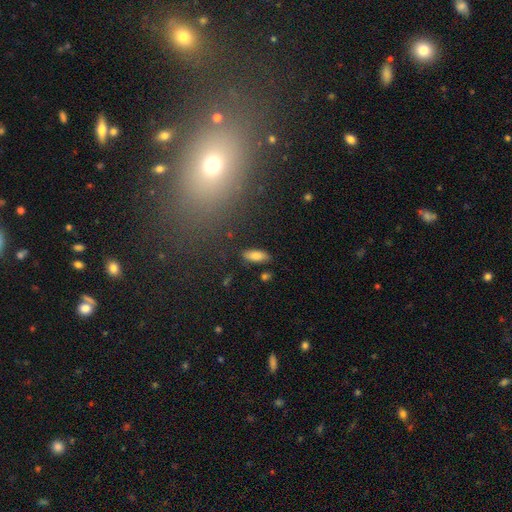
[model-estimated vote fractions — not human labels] Smooth or featured? Predicted: smooth (p=0.83). How rounded? Predicted: in between (p=0.79). Merging? Predicted: none (p=0.83).